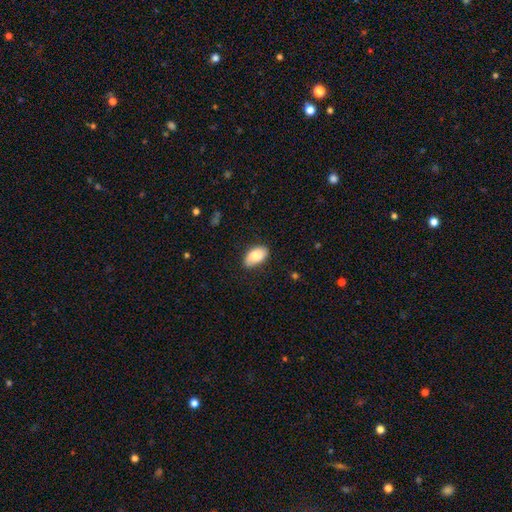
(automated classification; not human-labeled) Smooth or featured? smooth (82%)
How rounded? in between (94%)
Merging? none (76%)